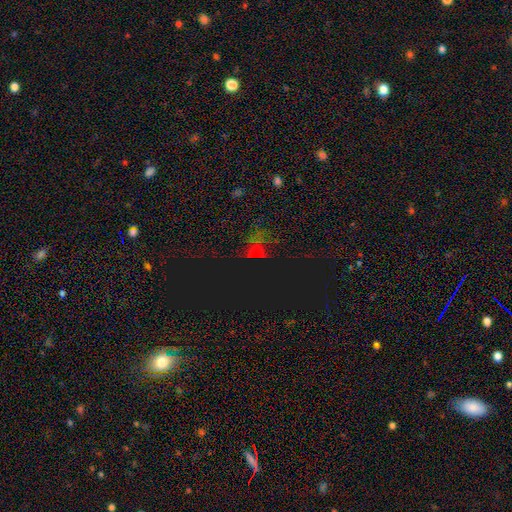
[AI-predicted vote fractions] Smooth or featured? Predicted: star or artifact (p=0.70).